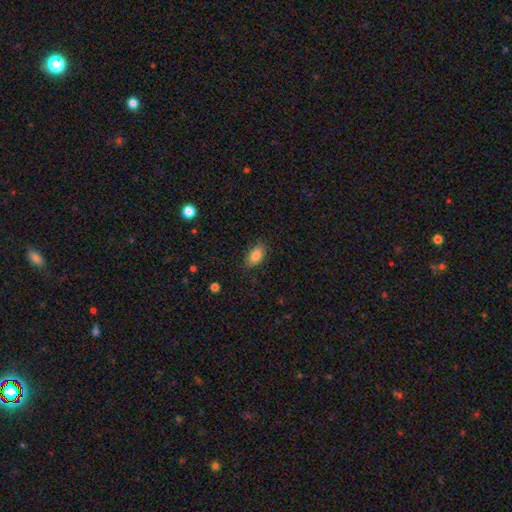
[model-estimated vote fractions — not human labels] This is clearly a smooth galaxy (86%). How rounded: clearly in between (90%). Merging: clearly none (83%).